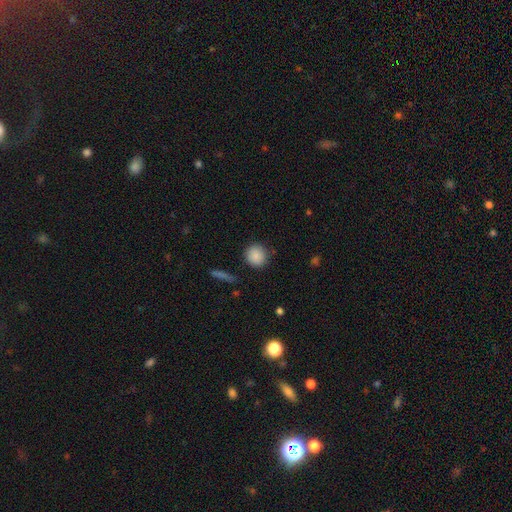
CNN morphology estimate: Smooth or featured: smooth — 88% (star or artifact — 8%)
How rounded: round — 90% (in between — 9%)
Merging: none — 86% (minor disturbance — 9%)